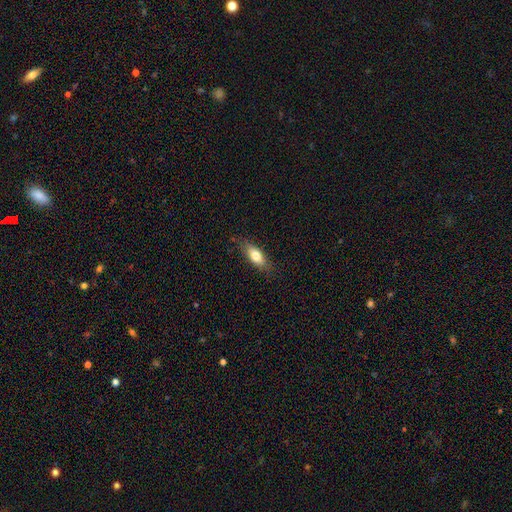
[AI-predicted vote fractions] Q: Smooth or featured?
A: smooth (74%); runner-up: featured or disk (19%)
Q: How rounded?
A: in between (70%); runner-up: cigar-shaped (27%)
Q: Merging?
A: none (81%); runner-up: minor disturbance (15%)